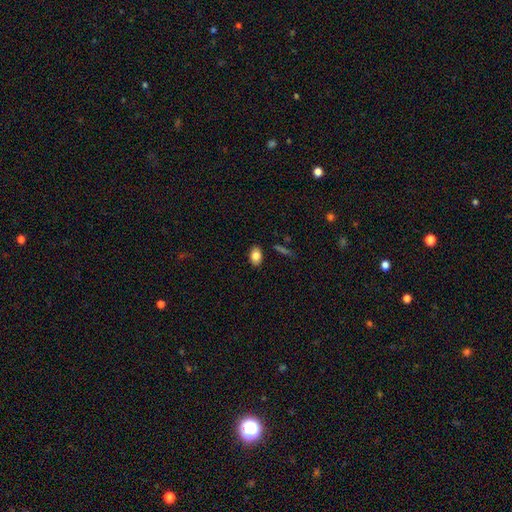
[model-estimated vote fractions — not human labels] Smooth or featured: smooth — 84% (featured or disk — 8%)
How rounded: in between — 86% (round — 12%)
Merging: none — 87% (minor disturbance — 9%)